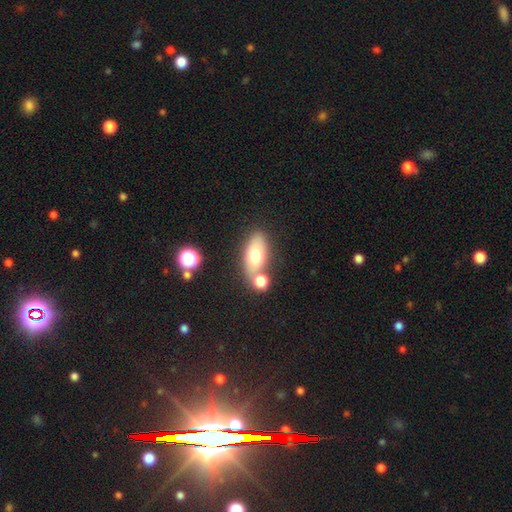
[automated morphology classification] A smooth galaxy with no disk features (69%) that is in between round and cigar-shaped (80%).

Vote fractions:
- Smooth or featured? smooth: 69% / featured or disk: 22% / star or artifact: 9%
- How rounded? in between: 80% / cigar-shaped: 11% / round: 8%
- Merging? none: 61% / merger: 22% / minor disturbance: 12% / major disturbance: 4%